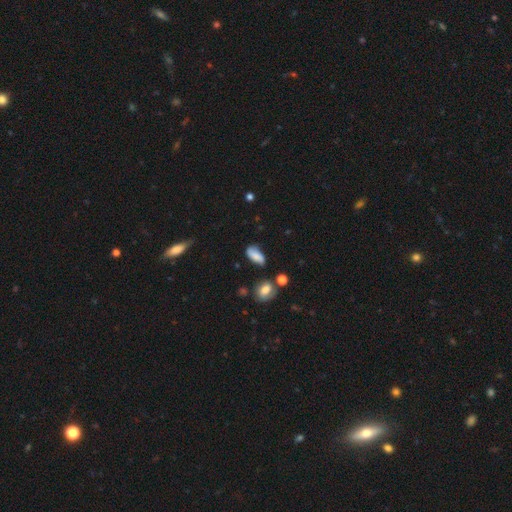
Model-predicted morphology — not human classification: Smooth or featured: smooth — 78% (featured or disk — 13%)
How rounded: in between — 83% (cigar-shaped — 13%)
Merging: none — 64% (minor disturbance — 24%)